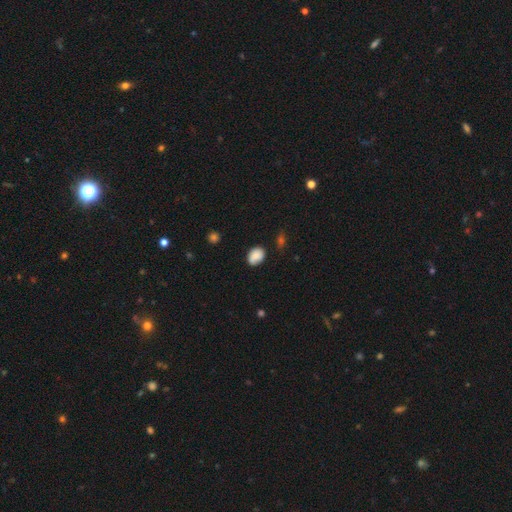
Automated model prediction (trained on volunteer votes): This is clearly a smooth galaxy (83%). How rounded: likely in between (71%). Merging: likely none (70%).